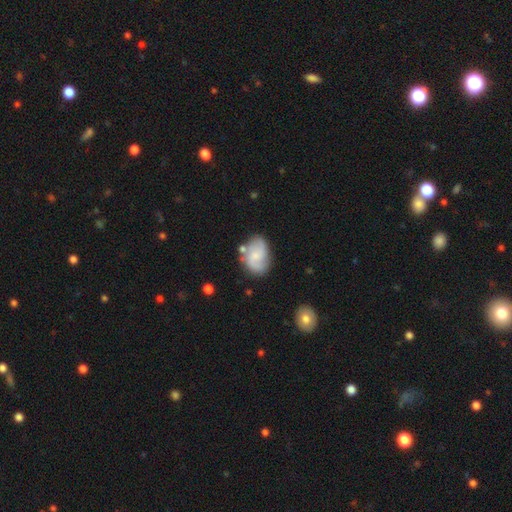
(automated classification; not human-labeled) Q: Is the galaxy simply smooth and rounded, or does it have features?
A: featured or disk — 54%.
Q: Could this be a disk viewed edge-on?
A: no — 97%.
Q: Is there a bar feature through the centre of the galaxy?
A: no — 58%.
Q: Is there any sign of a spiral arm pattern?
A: yes — 87%.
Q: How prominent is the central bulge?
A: small — 51%.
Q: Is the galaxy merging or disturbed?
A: none — 62%.